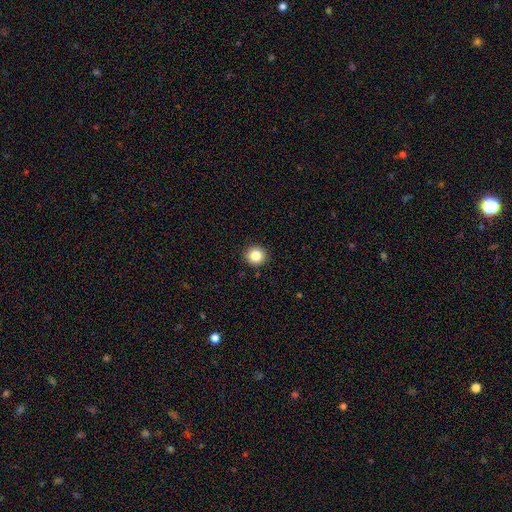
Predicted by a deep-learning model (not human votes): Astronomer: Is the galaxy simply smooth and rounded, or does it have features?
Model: smooth — 85%.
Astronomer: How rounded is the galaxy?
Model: round — 94%.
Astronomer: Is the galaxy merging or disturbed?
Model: none — 92%.